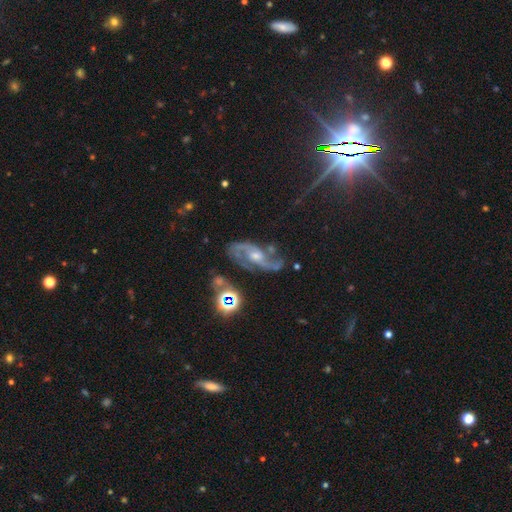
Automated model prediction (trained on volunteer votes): Smooth or featured? featured or disk (82%)
Edge-on disk? no (94%)
Bar? no (47%)
Spiral arms? yes (96%)
Spiral winding? medium (47%)
Spiral arm count? 2 (81%)
Bulge size? moderate (58%)
Merging? none (63%)